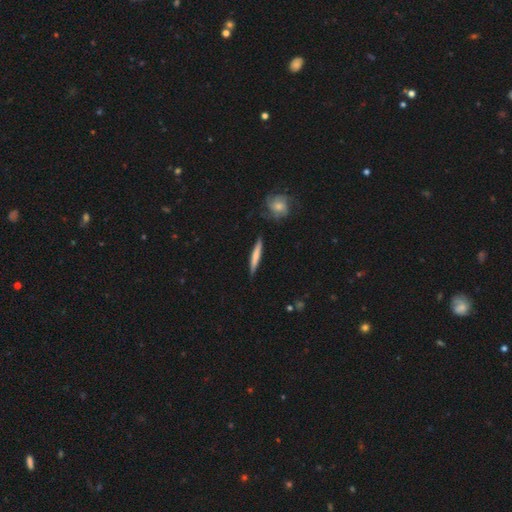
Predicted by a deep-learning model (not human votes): This is possibly a smooth galaxy (60%). How rounded: clearly cigar-shaped (94%). Merging: clearly none (87%).